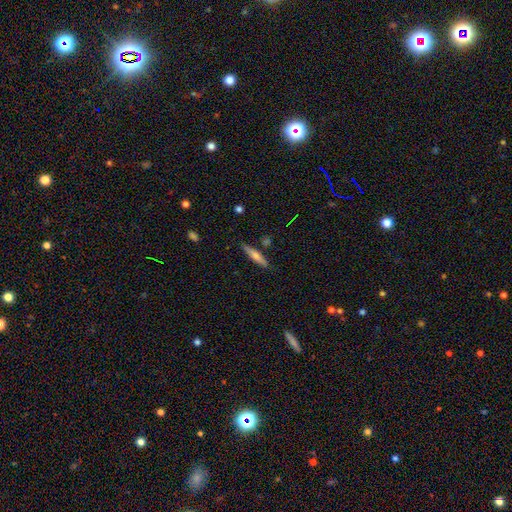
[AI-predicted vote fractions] A smooth galaxy with no disk features (56%) that is cigar-shaped (88%).

Vote fractions:
- Smooth or featured? smooth: 56% / featured or disk: 37% / star or artifact: 7%
- How rounded? cigar-shaped: 88% / in between: 11% / round: 2%
- Merging? none: 84% / minor disturbance: 10% / merger: 4% / major disturbance: 2%